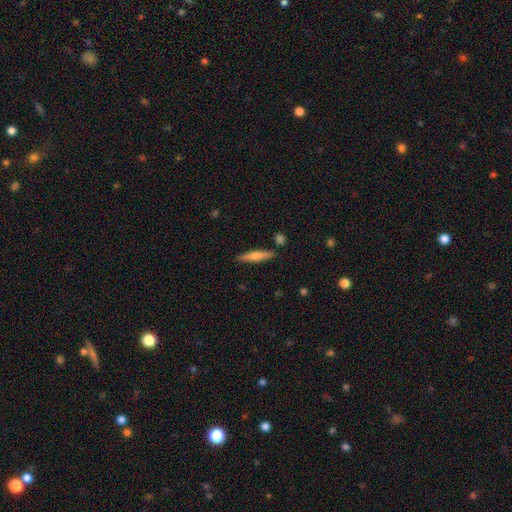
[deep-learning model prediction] A smooth galaxy with no disk features (54%) that is cigar-shaped (85%). Merging: none (87%).